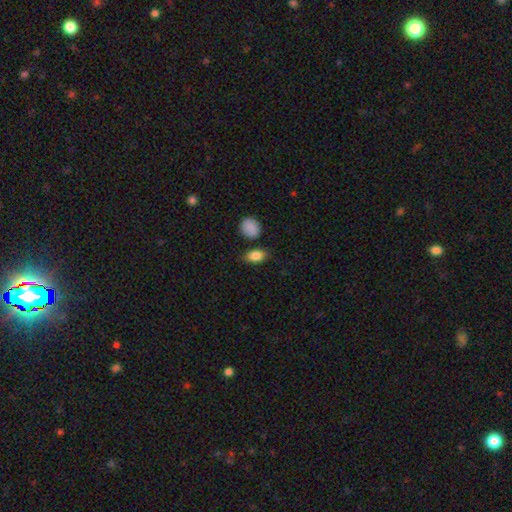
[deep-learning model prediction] smooth_or_featured: smooth (p=0.86) [alt: star or artifact p=0.08]
how_rounded: in between (p=0.84) [alt: round p=0.13]
merging: none (p=0.75) [alt: minor disturbance p=0.16]